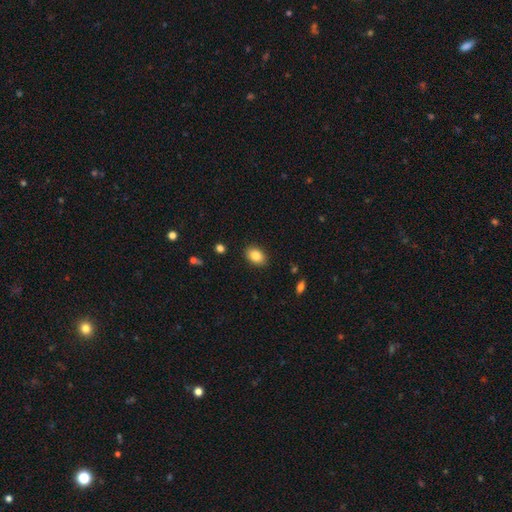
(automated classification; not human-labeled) smooth_or_featured: smooth (p=0.85) [alt: star or artifact p=0.08]
how_rounded: in between (p=0.84) [alt: round p=0.15]
merging: none (p=0.89) [alt: minor disturbance p=0.08]